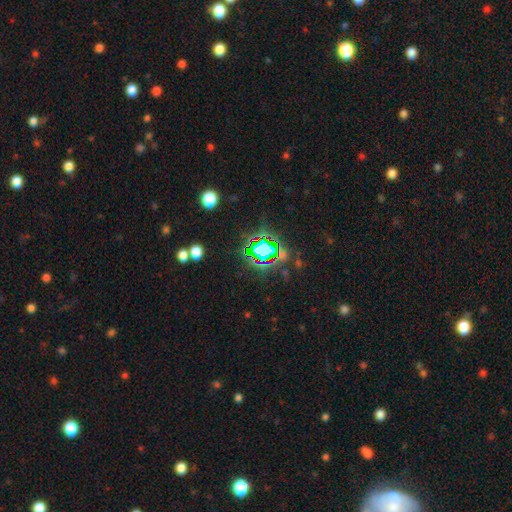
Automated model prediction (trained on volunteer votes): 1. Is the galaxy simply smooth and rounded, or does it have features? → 80% star or artifact, 12% smooth, 8% featured or disk.